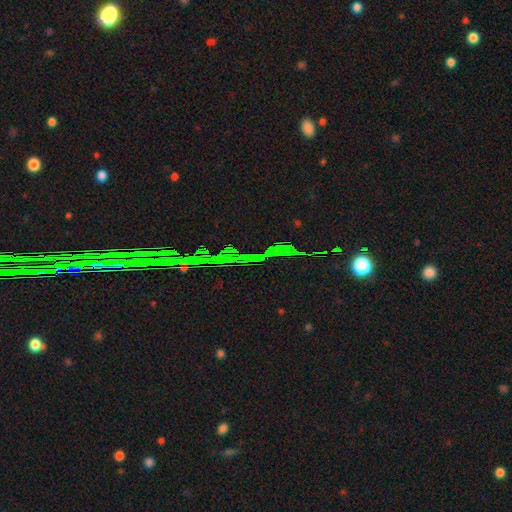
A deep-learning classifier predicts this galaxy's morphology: The model was most divided on "smooth or featured": star or artifact: 83%, featured or disk: 8%, smooth: 8%.